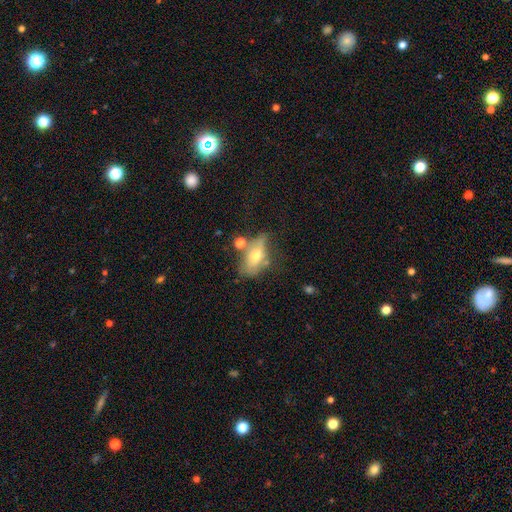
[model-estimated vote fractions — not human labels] smooth 52%, featured or disk 38%, star or artifact 10%. Down the decision tree: how rounded — in between (80%); merging — none (43%).